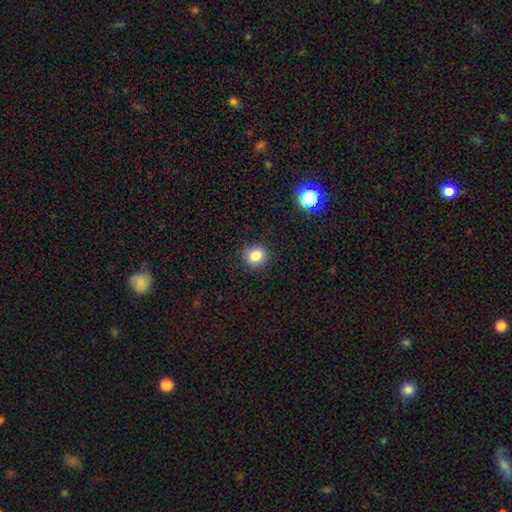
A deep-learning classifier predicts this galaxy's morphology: This appears to be a smooth galaxy with no disk features (82%) that is round (78%). Merging: none (87%).